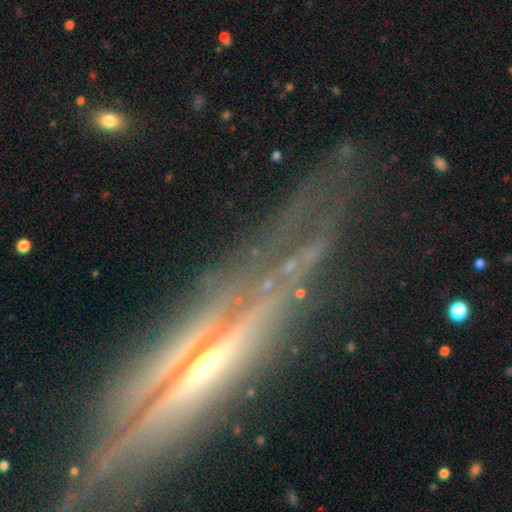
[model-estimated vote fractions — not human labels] The model was most divided on "edge-on bulge": rounded: 64%, none: 26%, boxy: 10%. More confident: edge-on disk — yes (86%); smooth or featured — featured or disk (80%); merging — none (70%).